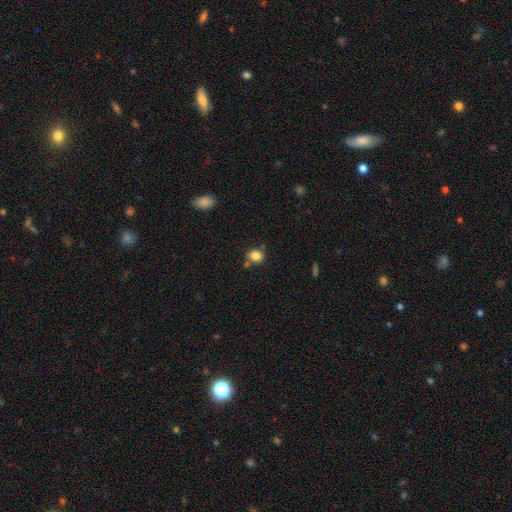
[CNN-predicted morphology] A smooth galaxy with no disk features (82%) that is round (63%).

Vote fractions:
- Smooth or featured? smooth: 82% / star or artifact: 11% / featured or disk: 7%
- How rounded? round: 63% / in between: 36% / cigar-shaped: 1%
- Merging? none: 70% / minor disturbance: 14% / merger: 12% / major disturbance: 4%